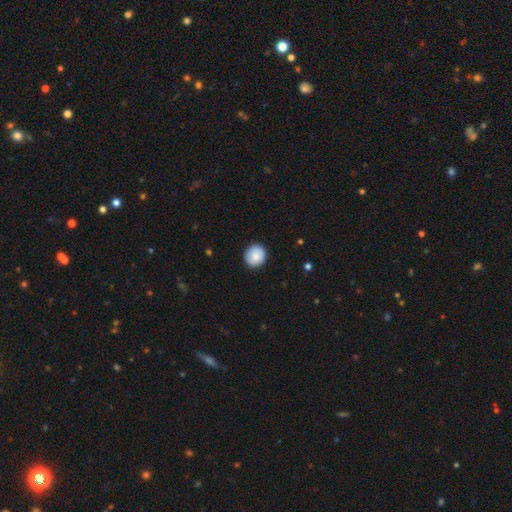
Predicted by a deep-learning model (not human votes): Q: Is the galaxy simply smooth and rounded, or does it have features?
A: smooth — 87%.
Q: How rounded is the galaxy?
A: round — 85%.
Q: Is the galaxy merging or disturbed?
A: none — 89%.